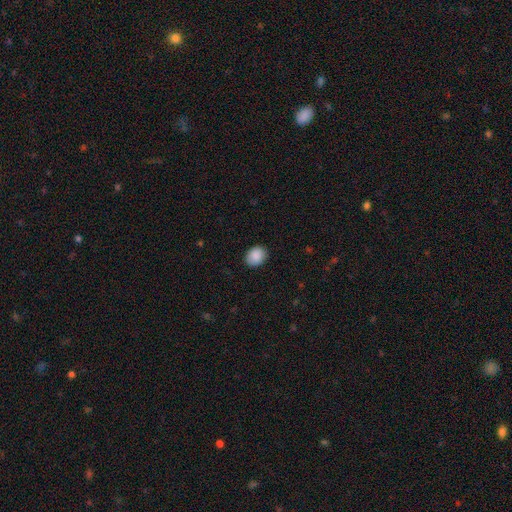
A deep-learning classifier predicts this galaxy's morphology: The model was most divided on "how rounded": round: 54%, in between: 45%, cigar-shaped: 1%. More confident: smooth or featured — smooth (89%); merging — none (88%).